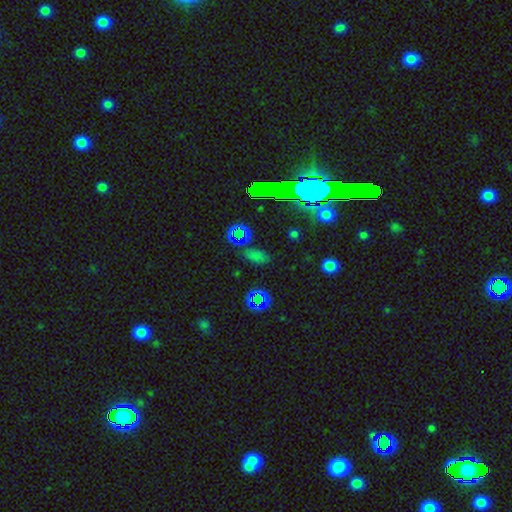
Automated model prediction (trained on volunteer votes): Smooth or featured? Predicted: smooth (p=0.46). Merging? Predicted: none (p=0.79).